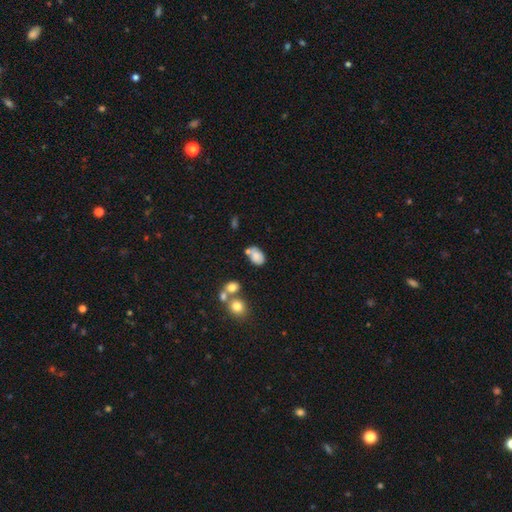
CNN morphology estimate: Smooth or featured? smooth (74%)
How rounded? in between (81%)
Merging? none (46%)